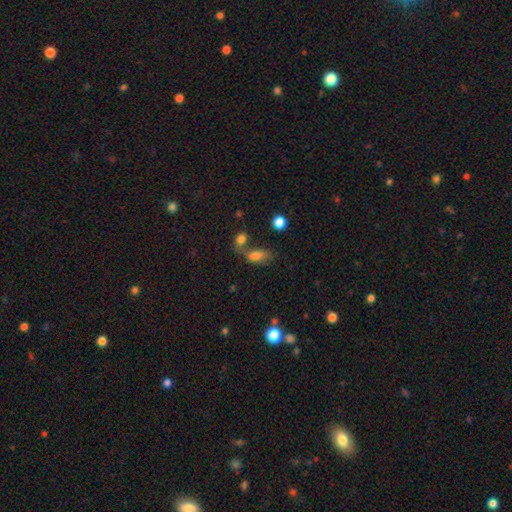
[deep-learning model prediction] smooth_or_featured: smooth (p=0.75) [alt: featured or disk p=0.13]
how_rounded: in between (p=0.85) [alt: cigar-shaped p=0.08]
merging: none (p=0.39) [alt: merger p=0.38]